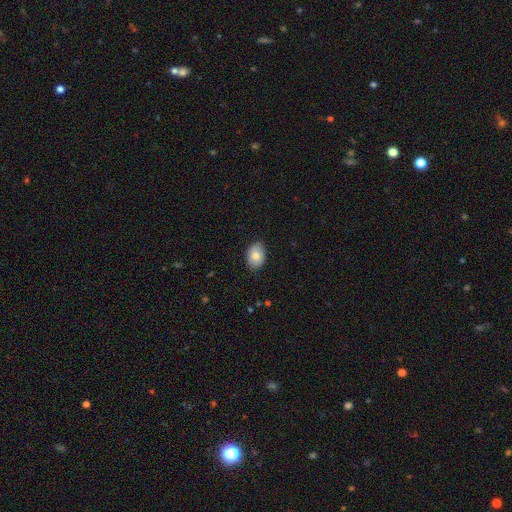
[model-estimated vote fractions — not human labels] This is clearly a smooth galaxy (81%). How rounded: clearly in between (84%). Merging: clearly none (87%).